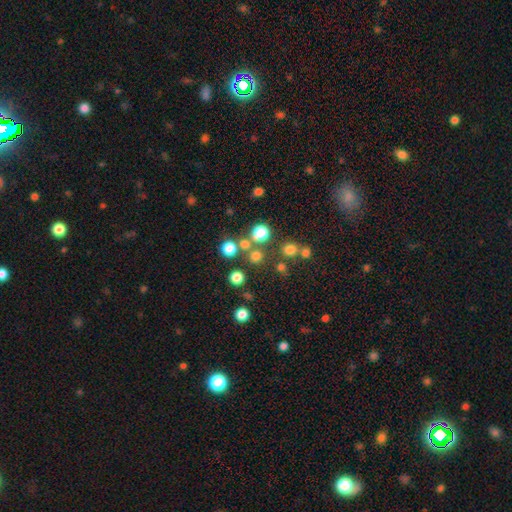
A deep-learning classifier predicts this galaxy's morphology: Smooth or featured? Predicted: smooth (p=0.70). How rounded? Predicted: round (p=0.91). Merging? Predicted: none (p=0.75).